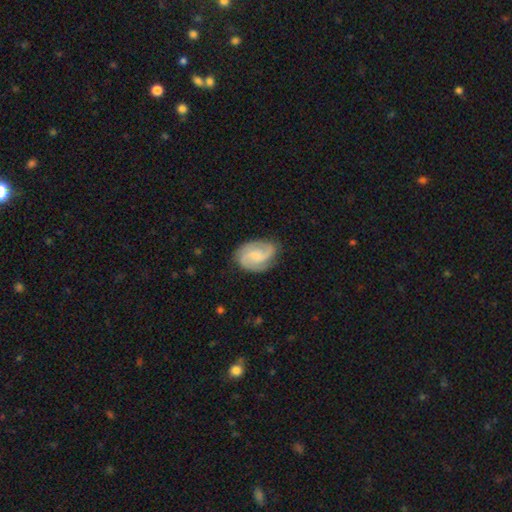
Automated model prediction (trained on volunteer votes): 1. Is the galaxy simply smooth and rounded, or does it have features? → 77% featured or disk, 17% smooth, 6% star or artifact.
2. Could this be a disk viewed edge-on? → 98% no, 2% yes.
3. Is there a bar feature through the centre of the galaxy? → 48% no, 43% weak, 9% strong.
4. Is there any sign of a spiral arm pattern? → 97% yes, 3% no.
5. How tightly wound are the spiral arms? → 50% medium, 28% tight, 22% loose.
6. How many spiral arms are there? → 76% 2, 11% 3, 6% can't tell, 3% 1, 2% 4, 2% more than 4.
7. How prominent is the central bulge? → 38% small, 33% none, 23% moderate, 5% large, 1% dominant.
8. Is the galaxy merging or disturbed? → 78% none, 15% minor disturbance, 5% major disturbance, 1% merger.